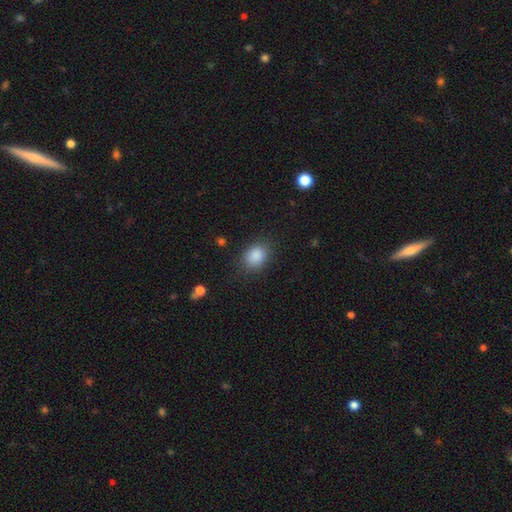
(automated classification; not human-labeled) Morphology: type=smooth (87%); roundness=in between (62%); merging=none (82%).